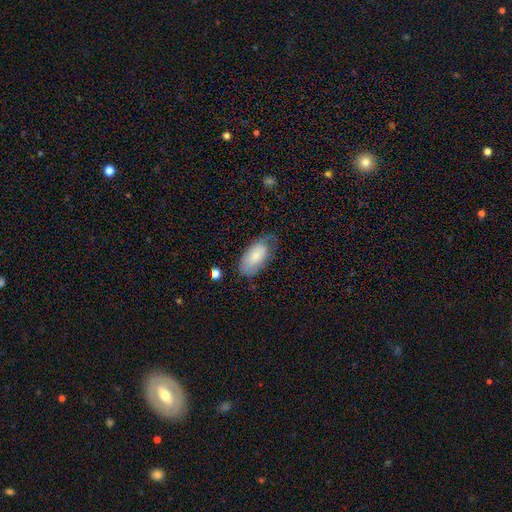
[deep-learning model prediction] This appears to be a smooth galaxy with no disk features (73%) that is in between round and cigar-shaped (94%). Merging: none (55%).